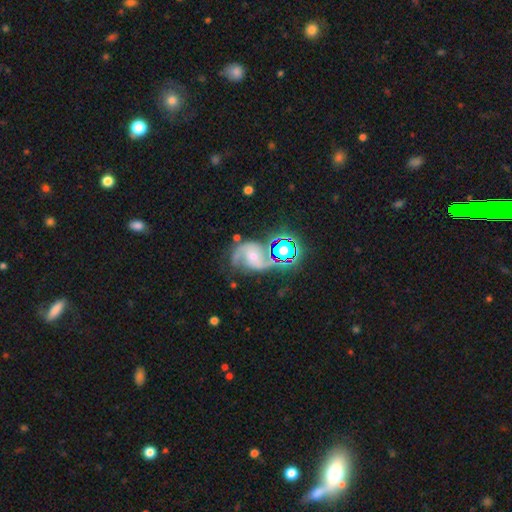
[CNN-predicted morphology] A featured or disk galaxy (64%) with no bar (54%), 2 (64%) medium (47%) spiral arms (90%) and a small central bulge (50%).

Vote fractions:
- Smooth or featured? featured or disk: 64% / star or artifact: 25% / smooth: 12%
- Edge-on disk? no: 97% / yes: 3%
- Bar? no: 54% / weak: 33% / strong: 13%
- Spiral arms? yes: 90% / no: 10%
- Spiral winding? medium: 47% / tight: 34% / loose: 20%
- Spiral arm count? 2: 64% / can't tell: 12% / 1: 9% / 3: 8% / 4: 3% / more than 4: 3%
- Bulge size? small: 50% / moderate: 42% / large: 4% / none: 3% / dominant: 2%
- Merging? none: 60% / minor disturbance: 16% / major disturbance: 13% / merger: 11%